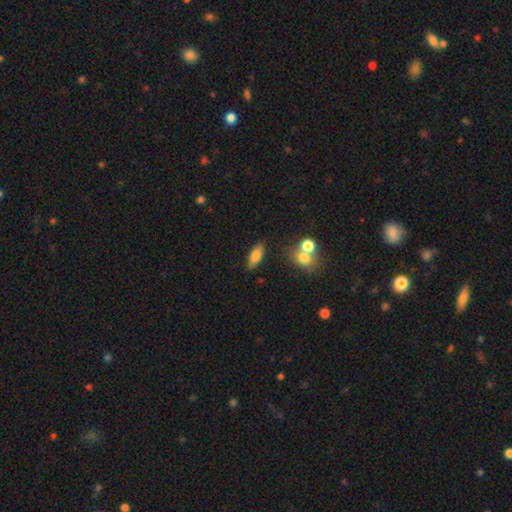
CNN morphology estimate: A smooth galaxy with no disk features (74%) that is in between round and cigar-shaped (73%). Merging: none (79%).